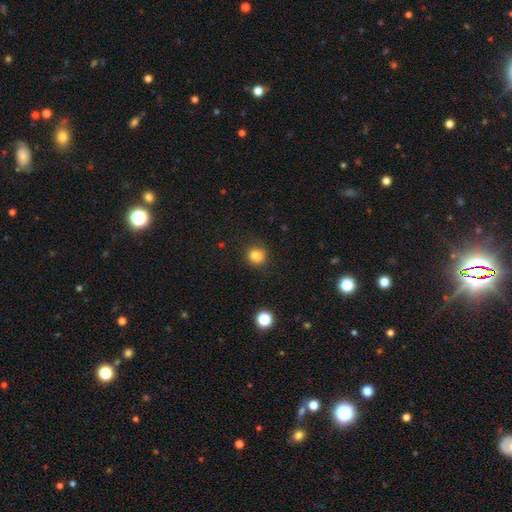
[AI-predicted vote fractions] smooth 83%, star or artifact 12%, featured or disk 5%. Down the decision tree: how rounded — round (72%); merging — none (79%).